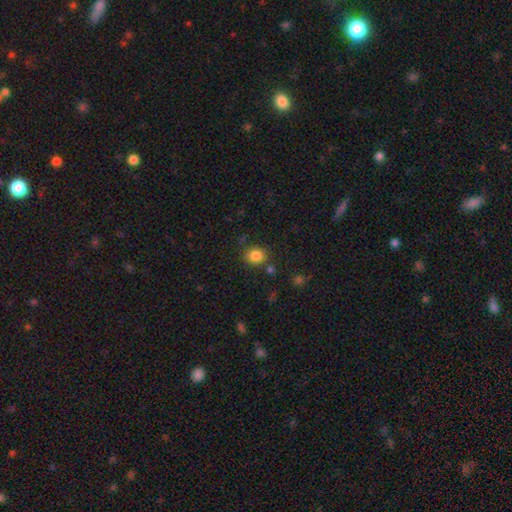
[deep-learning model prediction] Overall: smooth (84%). How rounded: round (77%). Merging: none (80%).